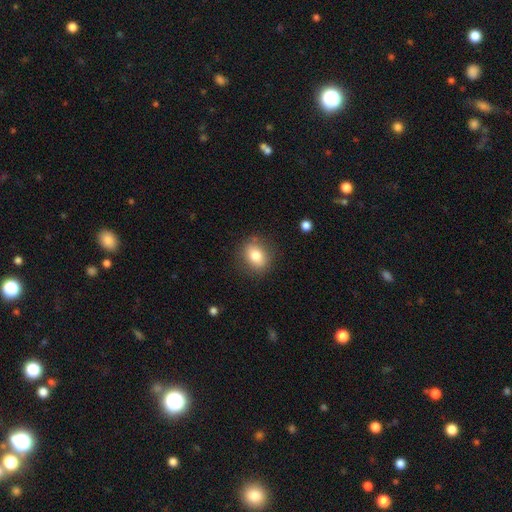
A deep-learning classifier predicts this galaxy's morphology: This appears to be a smooth galaxy with no disk features (79%) that is round (54%). Merging: none (84%).